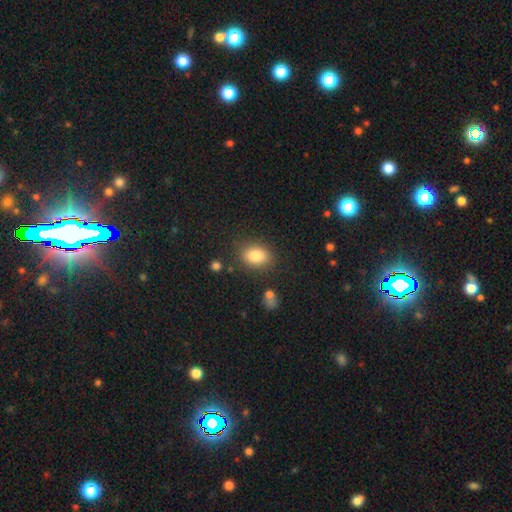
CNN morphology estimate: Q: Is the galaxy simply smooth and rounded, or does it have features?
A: smooth — 84%.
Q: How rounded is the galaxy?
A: in between — 78%.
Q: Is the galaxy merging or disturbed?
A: none — 79%.